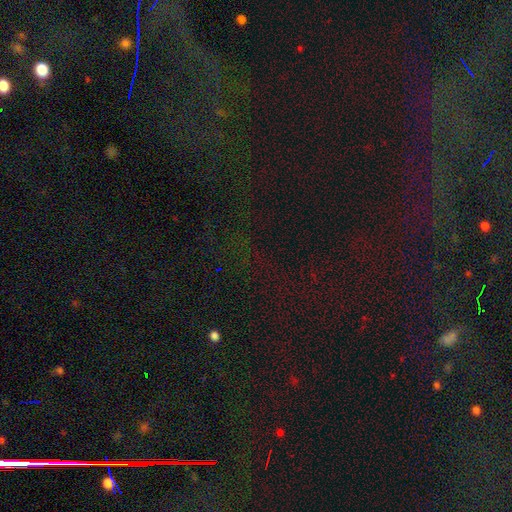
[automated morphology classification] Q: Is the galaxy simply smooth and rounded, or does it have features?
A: star or artifact — 76%.